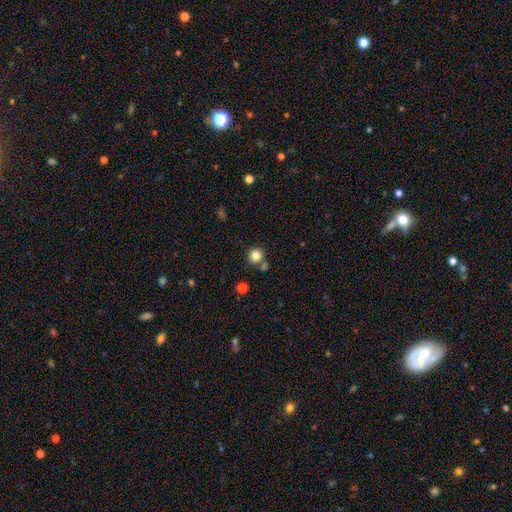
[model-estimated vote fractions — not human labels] smooth-or-featured: smooth: 82% | star or artifact: 12% | featured or disk: 6%
  how-rounded: round: 93% | in between: 6% | cigar-shaped: 1%
  merging: none: 73% | merger: 15% | minor disturbance: 9% | major disturbance: 3%